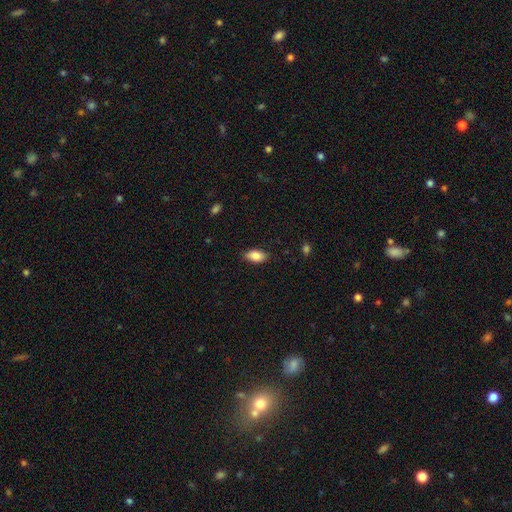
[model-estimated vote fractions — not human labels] Q: Smooth or featured?
A: smooth (86%); runner-up: star or artifact (7%)
Q: How rounded?
A: in between (91%); runner-up: cigar-shaped (5%)
Q: Merging?
A: none (85%); runner-up: minor disturbance (11%)